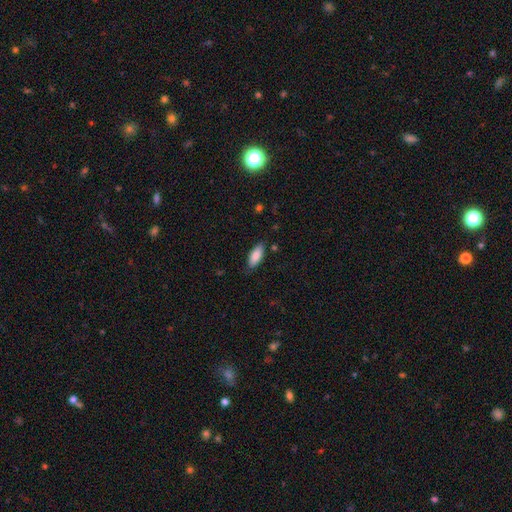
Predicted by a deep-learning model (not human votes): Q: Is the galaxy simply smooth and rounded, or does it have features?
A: smooth — 84%.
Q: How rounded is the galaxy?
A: in between — 77%.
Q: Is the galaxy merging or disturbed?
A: none — 81%.